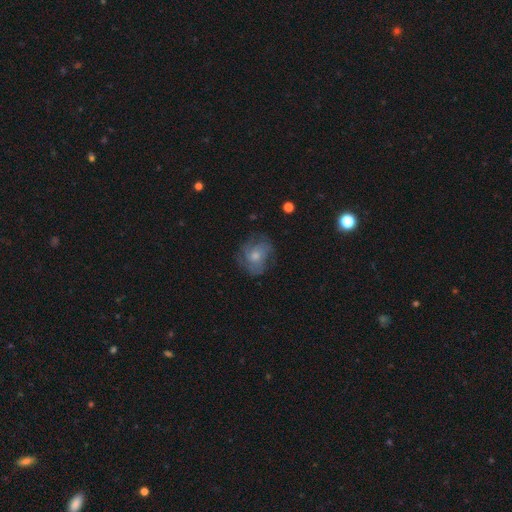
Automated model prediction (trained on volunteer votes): Q: Smooth or featured?
A: featured or disk (54%); runner-up: smooth (38%)
Q: Edge-on disk?
A: no (97%); runner-up: yes (3%)
Q: Bar?
A: no (78%); runner-up: weak (19%)
Q: Spiral arms?
A: yes (76%); runner-up: no (24%)
Q: Bulge size?
A: moderate (50%); runner-up: small (36%)
Q: Merging?
A: none (64%); runner-up: minor disturbance (22%)